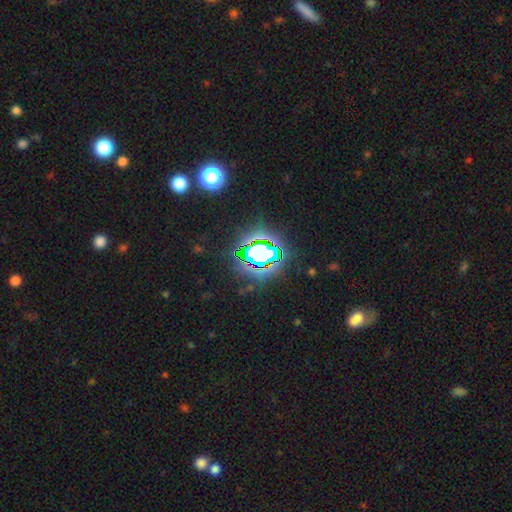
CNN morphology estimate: Smooth or featured?
  - star or artifact: 76% *
  - smooth: 14%
  - featured or disk: 9%